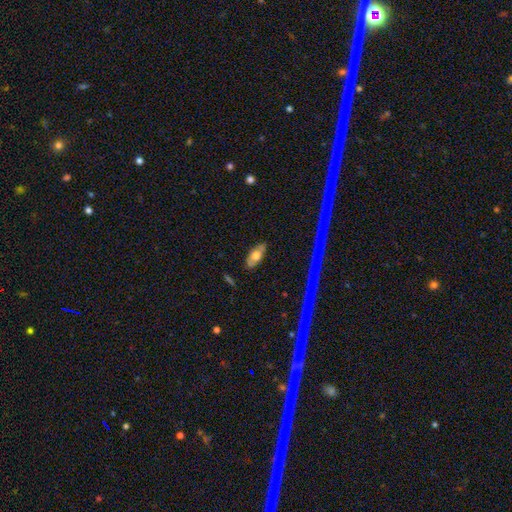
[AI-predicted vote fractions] Morphology: type=smooth (59%); roundness=in between (85%); merging=none (84%).